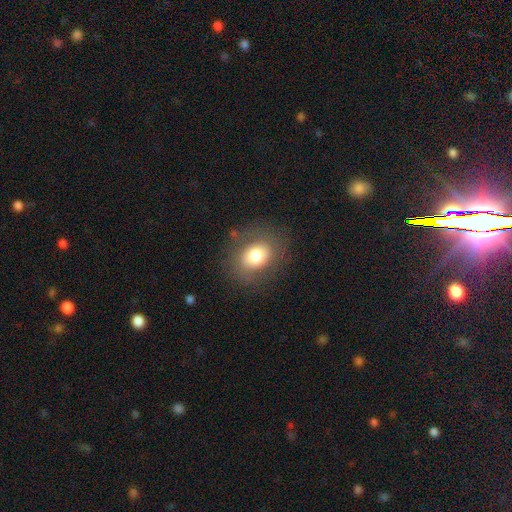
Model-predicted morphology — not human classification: Smooth or featured? Predicted: smooth (p=0.75). How rounded? Predicted: in between (p=0.57). Merging? Predicted: none (p=0.77).